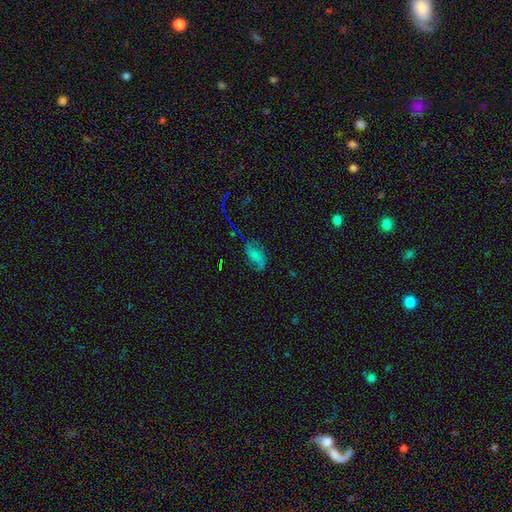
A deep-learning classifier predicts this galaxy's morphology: featured or disk 52%, smooth 32%, star or artifact 16%. Down the decision tree: edge-on disk — no (96%); merging — none (63%).